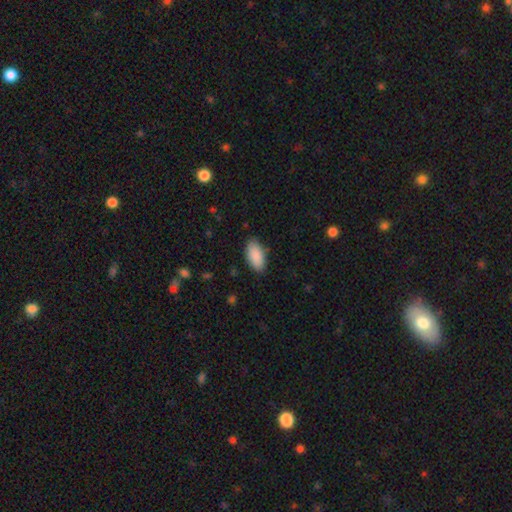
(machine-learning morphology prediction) smooth_or_featured: smooth (p=0.90) [alt: star or artifact p=0.06]
how_rounded: in between (p=0.93) [alt: cigar-shaped p=0.05]
merging: none (p=0.85) [alt: minor disturbance p=0.11]